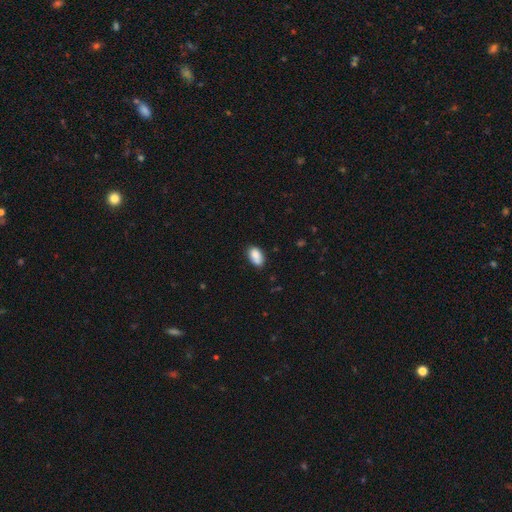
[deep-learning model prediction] Morphology: type=smooth (85%); roundness=in between (92%); merging=none (71%).